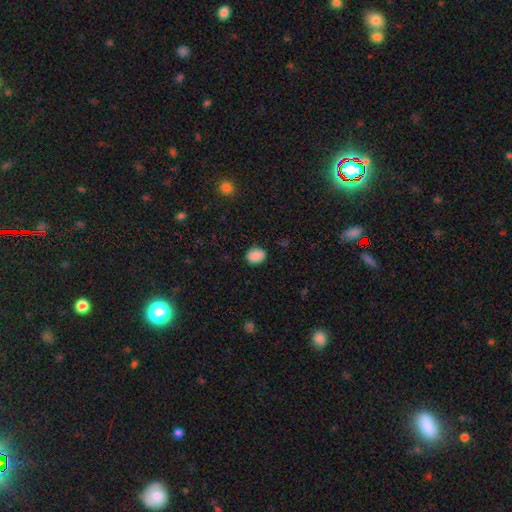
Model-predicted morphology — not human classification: Smooth or featured? Predicted: smooth (p=0.88). How rounded? Predicted: in between (p=0.56). Merging? Predicted: none (p=0.84).